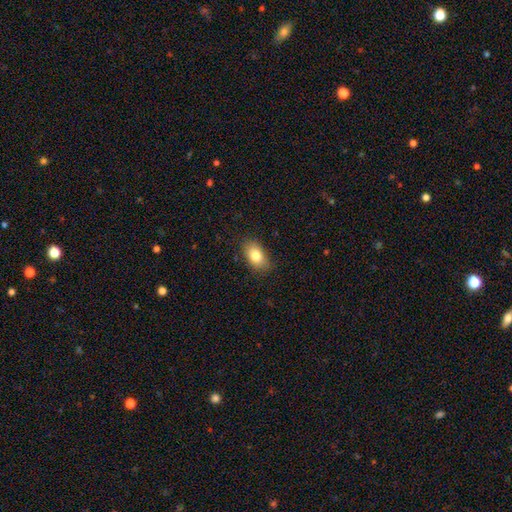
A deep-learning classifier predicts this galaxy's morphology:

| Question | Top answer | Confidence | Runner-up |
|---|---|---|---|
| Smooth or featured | smooth | 82% | featured or disk (10%) |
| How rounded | in between | 89% | round (9%) |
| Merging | none | 85% | minor disturbance (12%) |